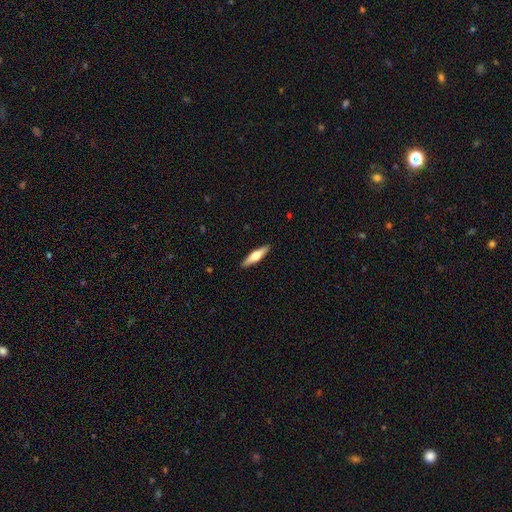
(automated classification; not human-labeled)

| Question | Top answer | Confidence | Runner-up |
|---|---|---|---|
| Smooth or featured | smooth | 49% | featured or disk (46%) |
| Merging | none | 91% | minor disturbance (7%) |